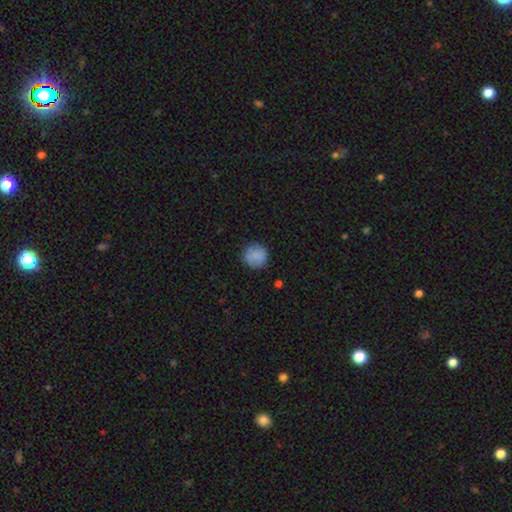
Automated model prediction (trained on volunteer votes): Smooth or featured: smooth — 81% (featured or disk — 10%)
How rounded: round — 91% (in between — 9%)
Merging: none — 79% (minor disturbance — 15%)